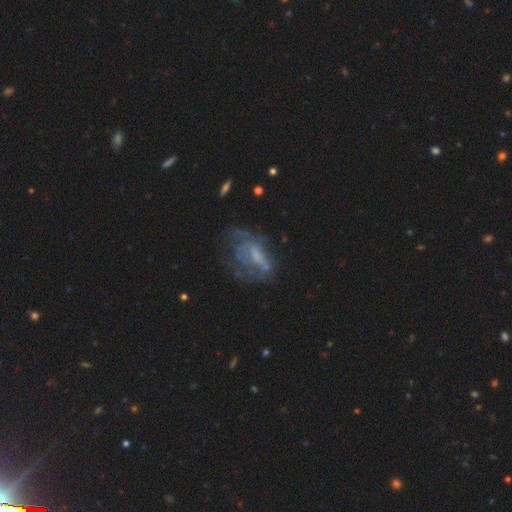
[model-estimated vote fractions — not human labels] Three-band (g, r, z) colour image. It shows a featured or disk galaxy (62%) with no bar (55%), no spiral arms (55%) and no central bulge (42%). Merging: none (40%).